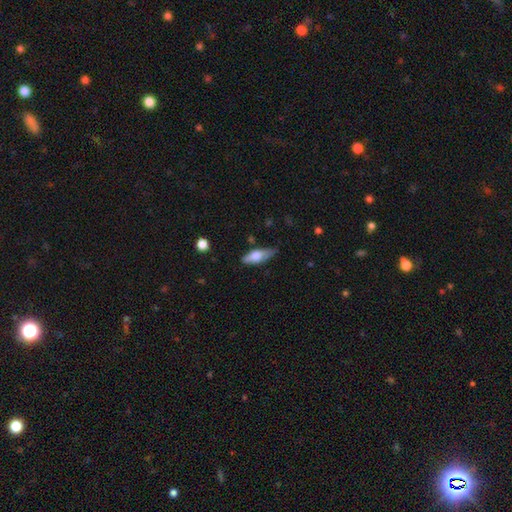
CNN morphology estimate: A smooth galaxy with no disk features (59%) that is in between round and cigar-shaped (66%). Merging: none (68%).